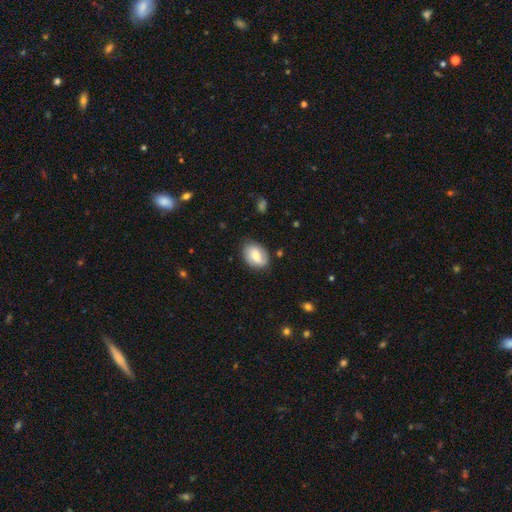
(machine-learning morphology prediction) Smooth or featured: smooth — 61% (featured or disk — 32%)
How rounded: in between — 74% (round — 25%)
Merging: none — 75% (minor disturbance — 19%)